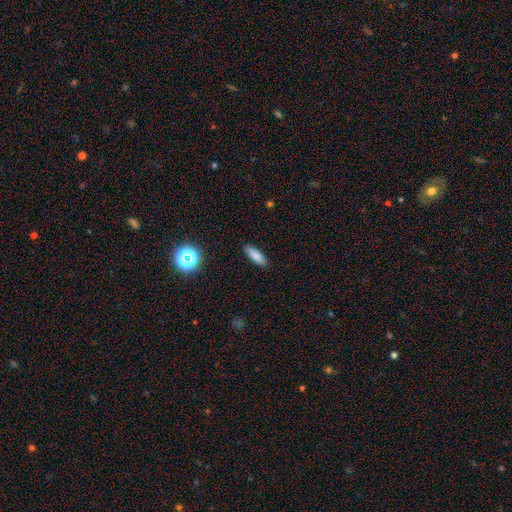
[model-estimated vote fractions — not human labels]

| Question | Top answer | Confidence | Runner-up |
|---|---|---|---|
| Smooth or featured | smooth | 82% | star or artifact (10%) |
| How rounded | in between | 58% | cigar-shaped (40%) |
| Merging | none | 88% | minor disturbance (9%) |